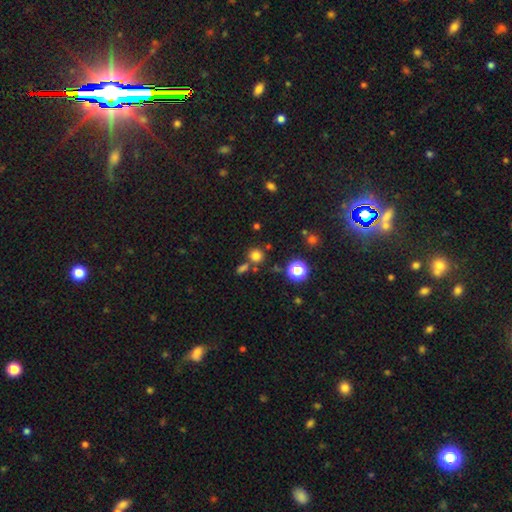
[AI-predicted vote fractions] Smooth or featured? smooth (75%)
How rounded? round (90%)
Merging? none (74%)